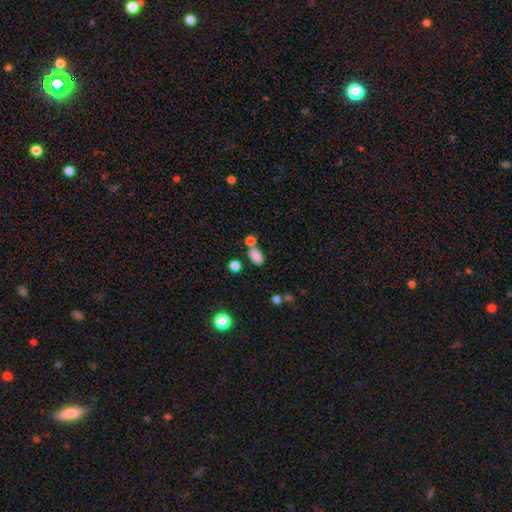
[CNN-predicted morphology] smooth 84%, star or artifact 11%, featured or disk 5%. Down the decision tree: how rounded — in between (90%); merging — none (66%).